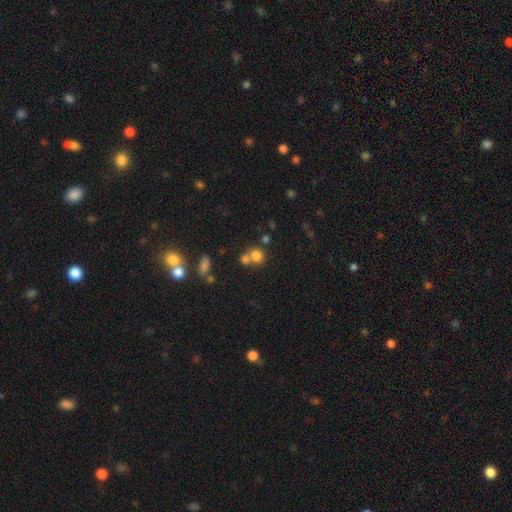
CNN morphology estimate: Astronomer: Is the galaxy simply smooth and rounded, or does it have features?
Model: smooth — 76%.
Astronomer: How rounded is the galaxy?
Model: round — 85%.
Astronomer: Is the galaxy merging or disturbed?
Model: none — 47% (runner-up: merger, 42%).